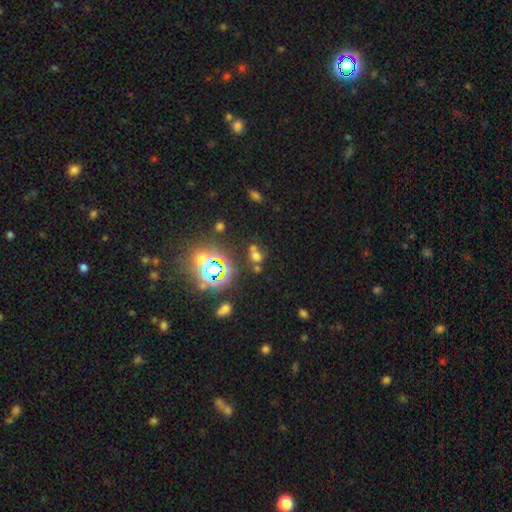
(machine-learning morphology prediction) Smooth or featured? smooth (50%)
Merging? none (52%)